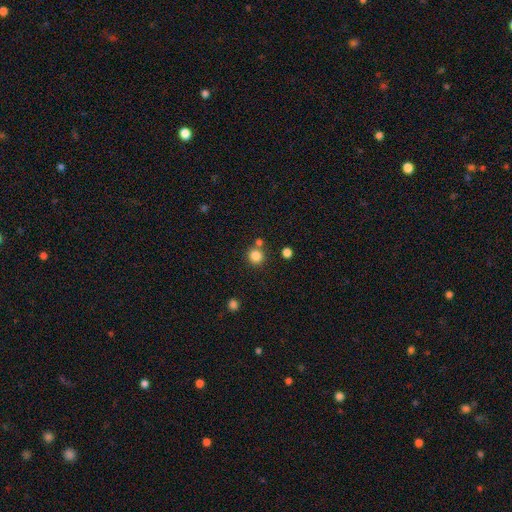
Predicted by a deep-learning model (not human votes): Smooth or featured?
  - smooth: 84% *
  - star or artifact: 12%
  - featured or disk: 5%
How rounded?
  - round: 92% *
  - in between: 7%
  - cigar-shaped: 1%
Merging?
  - none: 75% *
  - merger: 14%
  - minor disturbance: 8%
  - major disturbance: 3%